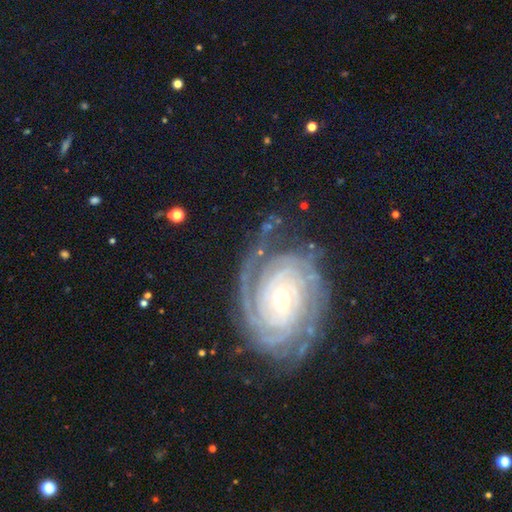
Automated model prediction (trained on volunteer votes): The model was most divided on "spiral arm count": 2: 24%, can't tell: 23%, 3: 18%, 4: 16%, more than 4: 12%, 1: 8%. More confident: spiral arms — yes (98%); edge-on disk — no (97%); smooth or featured — featured or disk (88%); spiral winding — tight (82%); merging — none (74%); bar — no (73%); bulge size — small (72%).